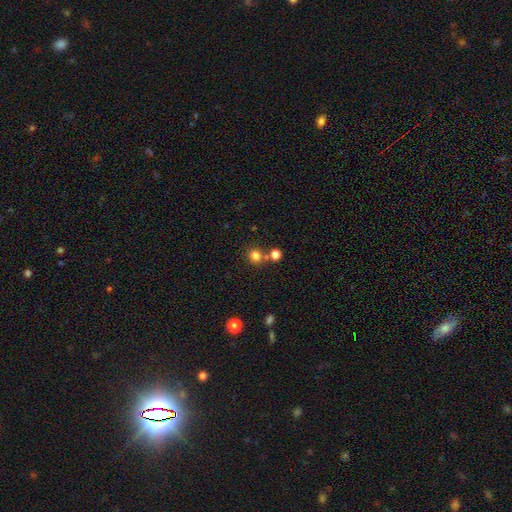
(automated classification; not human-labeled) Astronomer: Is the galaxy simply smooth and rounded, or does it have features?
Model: smooth — 79%.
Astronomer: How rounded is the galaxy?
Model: round — 87%.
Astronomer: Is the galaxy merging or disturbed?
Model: none — 68%.